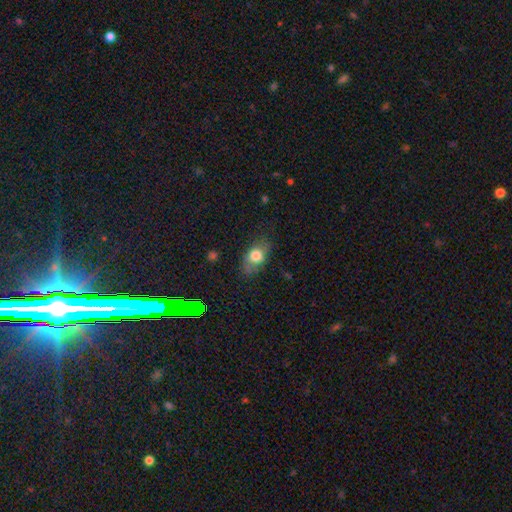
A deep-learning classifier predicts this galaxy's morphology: Smooth or featured: smooth — 74% (featured or disk — 17%)
How rounded: in between — 79% (round — 18%)
Merging: none — 68% (minor disturbance — 23%)